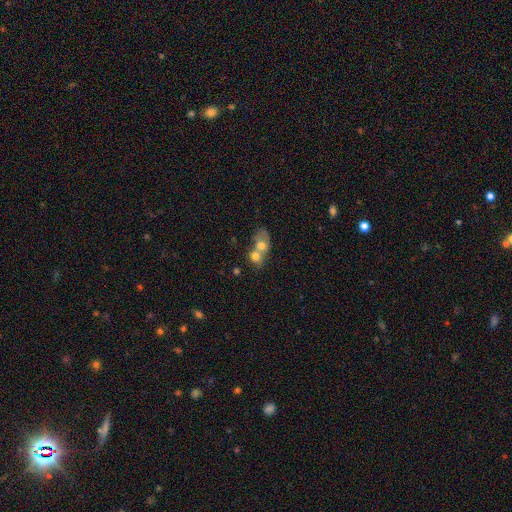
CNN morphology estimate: Smooth or featured? smooth (65%)
How rounded? in between (51%)
Merging? merger (75%)